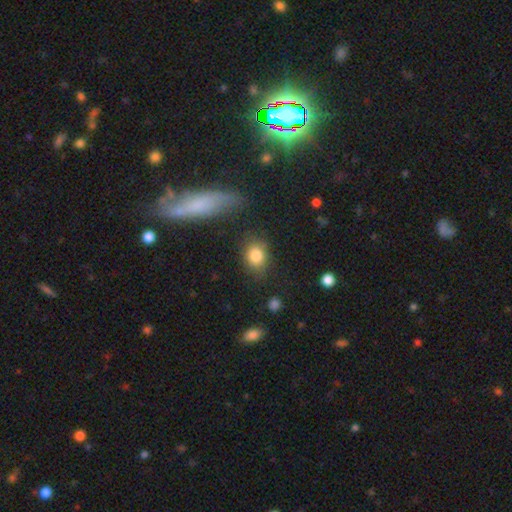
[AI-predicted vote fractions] A smooth galaxy with no disk features (82%) that is in between round and cigar-shaped (51%). Merging: none (75%).